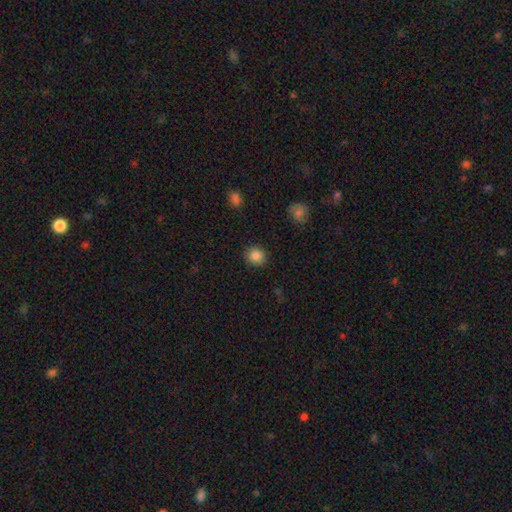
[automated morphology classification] The model was most divided on "how rounded": round: 85%, in between: 14%, cigar-shaped: 1%. More confident: merging — none (90%); smooth or featured — smooth (85%).